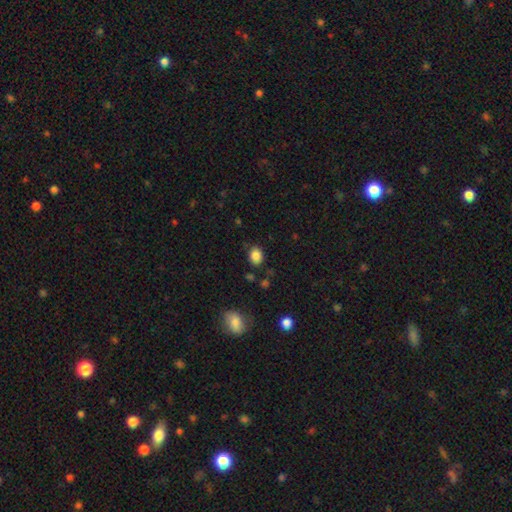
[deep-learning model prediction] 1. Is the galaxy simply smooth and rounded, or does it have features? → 85% smooth, 10% star or artifact, 5% featured or disk.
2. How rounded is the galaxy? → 54% in between, 45% round, 1% cigar-shaped.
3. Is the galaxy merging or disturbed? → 80% none, 14% minor disturbance, 3% major disturbance, 3% merger.